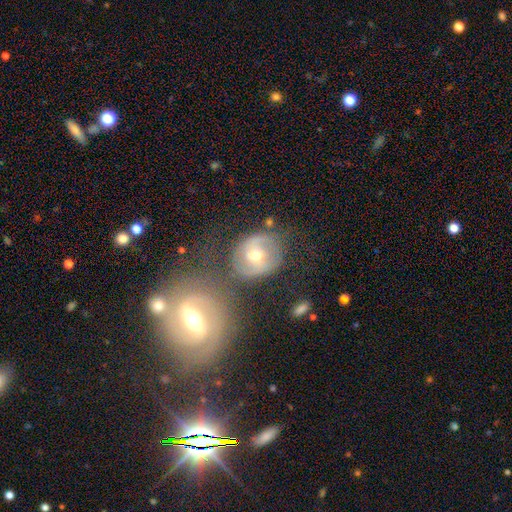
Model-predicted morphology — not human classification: A featured or disk galaxy (58%) with a weak bar (42%), spiral arms (68%) and a moderate central bulge (71%). Merging: none (59%).